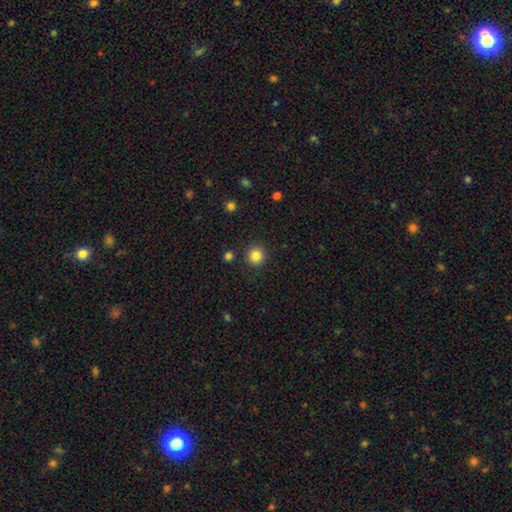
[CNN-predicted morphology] smooth-or-featured: smooth: 85% | star or artifact: 11% | featured or disk: 4%
  how-rounded: round: 93% | in between: 6% | cigar-shaped: 1%
  merging: none: 90% | minor disturbance: 6% | major disturbance: 2% | merger: 2%